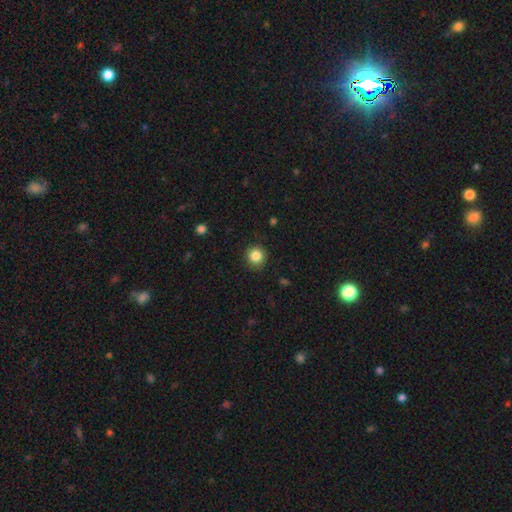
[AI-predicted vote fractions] smooth-or-featured: smooth: 85% | star or artifact: 10% | featured or disk: 5%
  how-rounded: round: 92% | in between: 7% | cigar-shaped: 1%
  merging: none: 89% | minor disturbance: 8% | major disturbance: 2% | merger: 1%